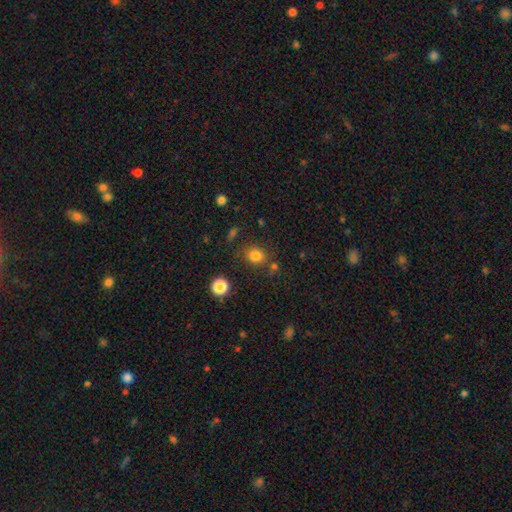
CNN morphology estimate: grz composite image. It shows a smooth galaxy with no disk features (80%) that is round (66%). Merging: none (76%).